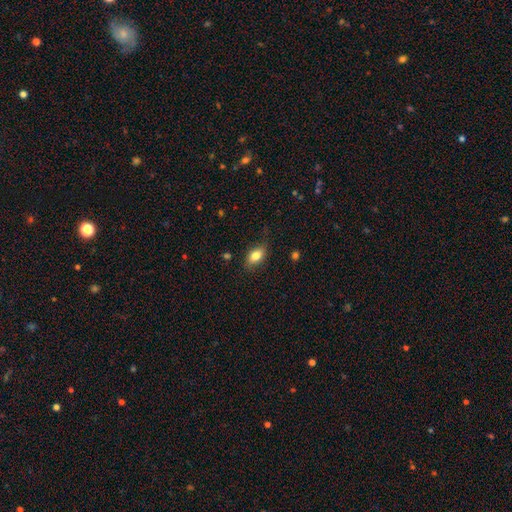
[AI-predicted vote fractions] Smooth or featured? smooth (81%)
How rounded? in between (86%)
Merging? none (79%)